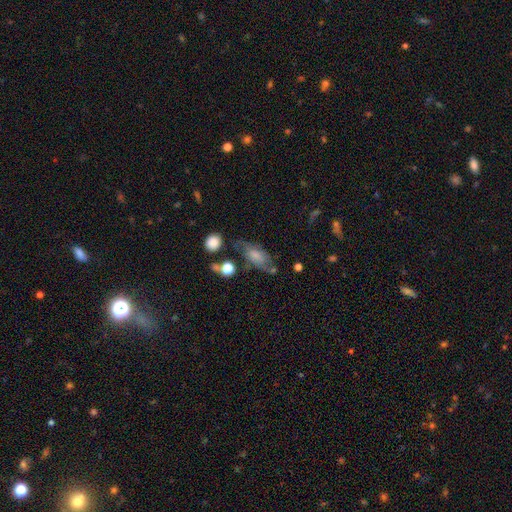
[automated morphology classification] Smooth or featured: smooth — 49% (featured or disk — 42%)
Merging: none — 52% (minor disturbance — 27%)